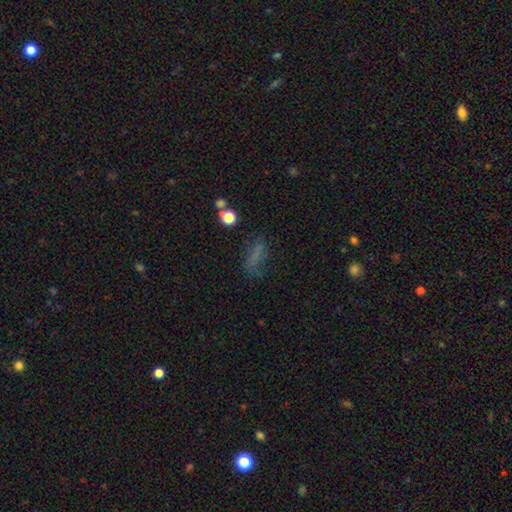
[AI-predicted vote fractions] smooth-or-featured: smooth: 61% | star or artifact: 21% | featured or disk: 18%
  how-rounded: in between: 48% | cigar-shaped: 45% | round: 7%
  merging: none: 59% | minor disturbance: 21% | major disturbance: 16% | merger: 4%